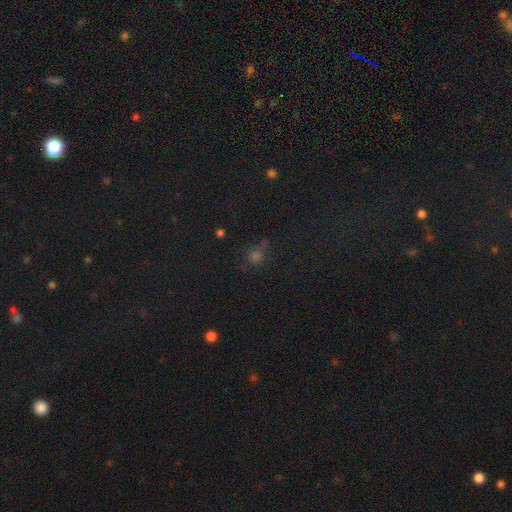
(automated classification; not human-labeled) Q: Smooth or featured?
A: smooth (51%); runner-up: star or artifact (40%)
Q: How rounded?
A: round (83%); runner-up: in between (15%)
Q: Merging?
A: none (69%); runner-up: minor disturbance (15%)